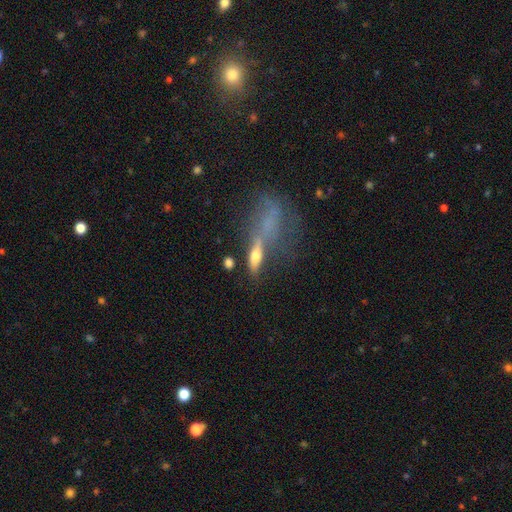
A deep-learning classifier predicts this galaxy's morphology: smooth 52%, featured or disk 37%, star or artifact 11%. Down the decision tree: how rounded — in between (46%); merging — none (48%).